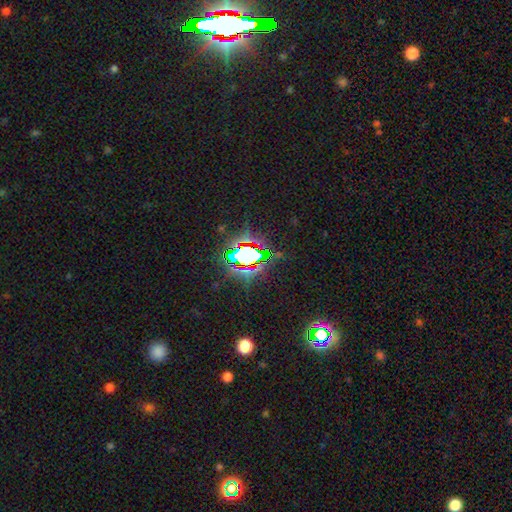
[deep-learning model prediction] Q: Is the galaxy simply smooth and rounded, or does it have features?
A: star or artifact — 82%.